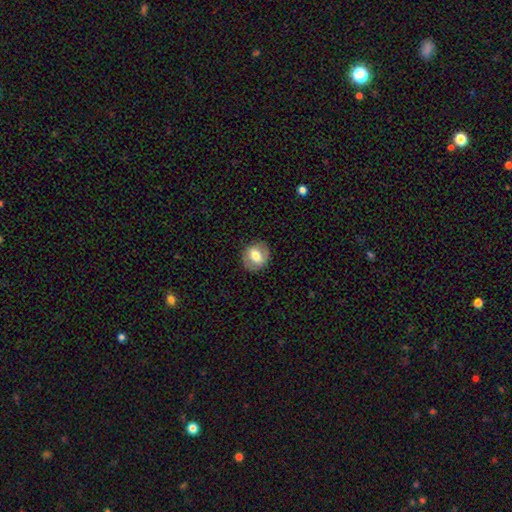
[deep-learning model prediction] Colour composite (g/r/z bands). It shows a smooth galaxy with no disk features (59%) that is round (71%). Merging: none (86%).